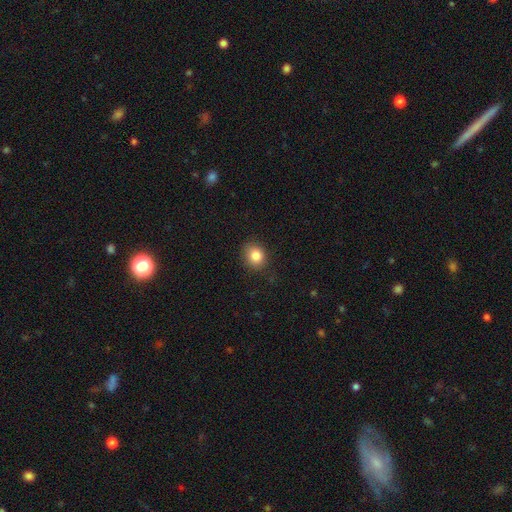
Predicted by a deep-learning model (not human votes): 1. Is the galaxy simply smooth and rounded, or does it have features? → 84% smooth, 10% star or artifact, 6% featured or disk.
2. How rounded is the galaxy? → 68% round, 31% in between, 1% cigar-shaped.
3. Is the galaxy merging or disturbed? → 83% none, 12% minor disturbance, 3% major disturbance, 1% merger.